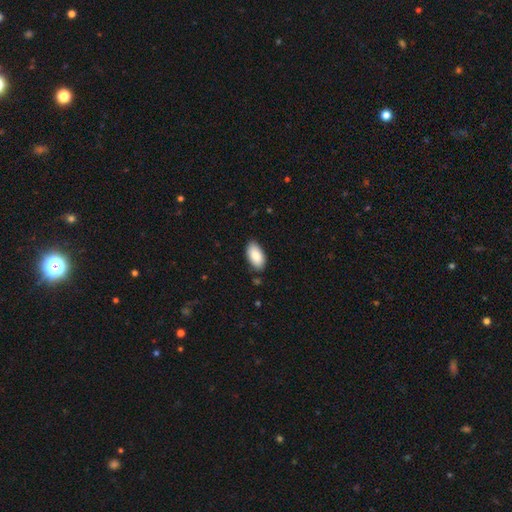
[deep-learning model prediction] Q: Smooth or featured?
A: smooth (88%); runner-up: featured or disk (6%)
Q: How rounded?
A: in between (95%); runner-up: cigar-shaped (3%)
Q: Merging?
A: none (83%); runner-up: minor disturbance (13%)